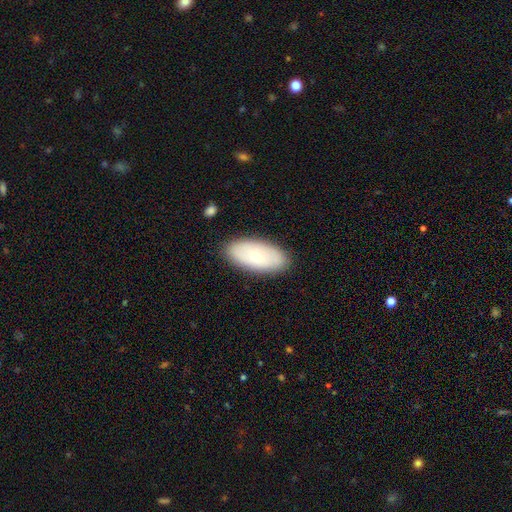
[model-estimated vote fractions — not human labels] smooth-or-featured: smooth: 67% | featured or disk: 26% | star or artifact: 6%
  how-rounded: in between: 92% | cigar-shaped: 5% | round: 2%
  merging: none: 88% | minor disturbance: 9% | major disturbance: 2% | merger: 1%